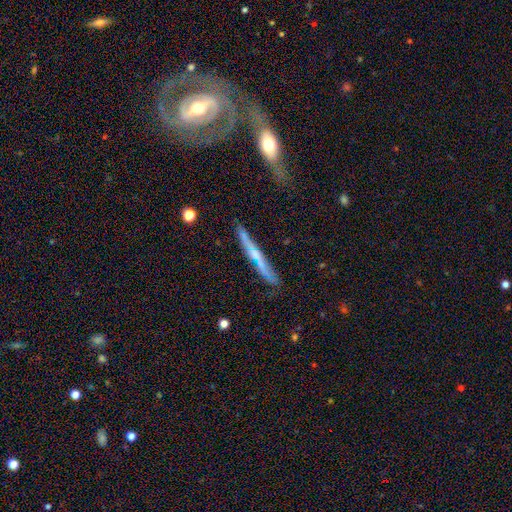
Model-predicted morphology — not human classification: featured or disk 62%, smooth 31%, star or artifact 7%. Down the decision tree: edge-on disk — yes (91%); edge-on bulge — rounded (51%); merging — none (74%).